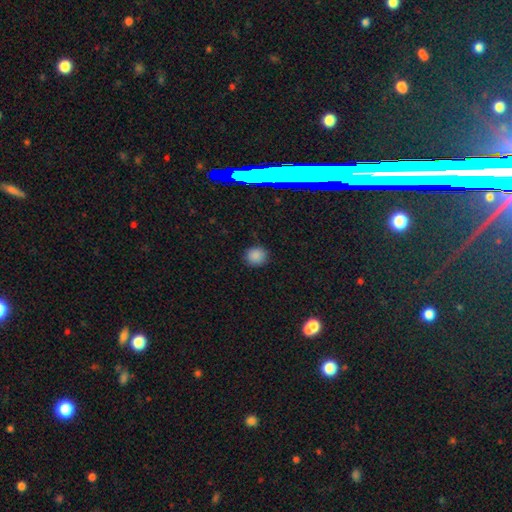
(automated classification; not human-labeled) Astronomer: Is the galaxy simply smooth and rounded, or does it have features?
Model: smooth — 83%.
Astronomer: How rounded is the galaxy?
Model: round — 85%.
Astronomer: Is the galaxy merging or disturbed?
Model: none — 88%.